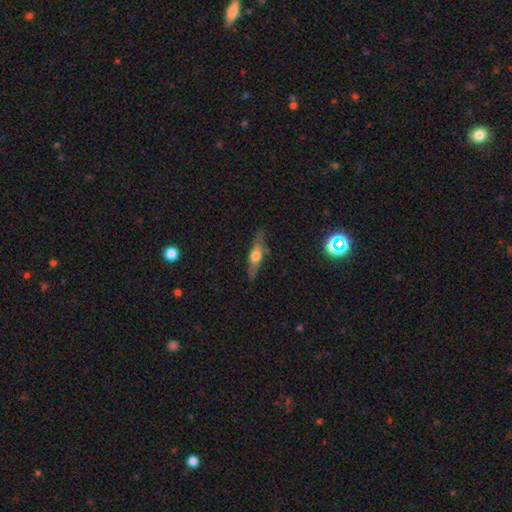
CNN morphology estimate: The model was most divided on "smooth or featured": featured or disk: 56%, smooth: 37%, star or artifact: 7%. More confident: edge-on disk — yes (91%); edge-on bulge — rounded (90%); merging — none (83%).